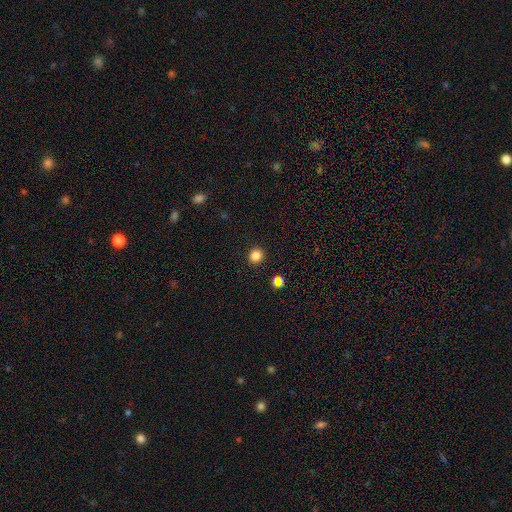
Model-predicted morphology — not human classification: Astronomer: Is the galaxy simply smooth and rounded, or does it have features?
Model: smooth — 83%.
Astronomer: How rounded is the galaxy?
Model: round — 87%.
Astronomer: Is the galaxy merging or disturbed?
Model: none — 91%.